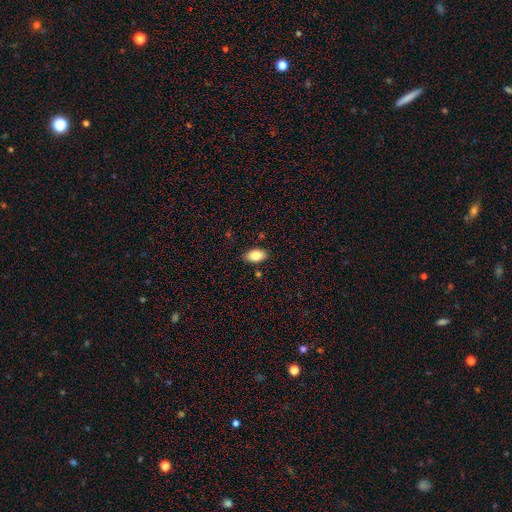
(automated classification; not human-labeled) smooth 84%, featured or disk 9%, star or artifact 7%. Down the decision tree: how rounded — in between (93%); merging — none (85%).